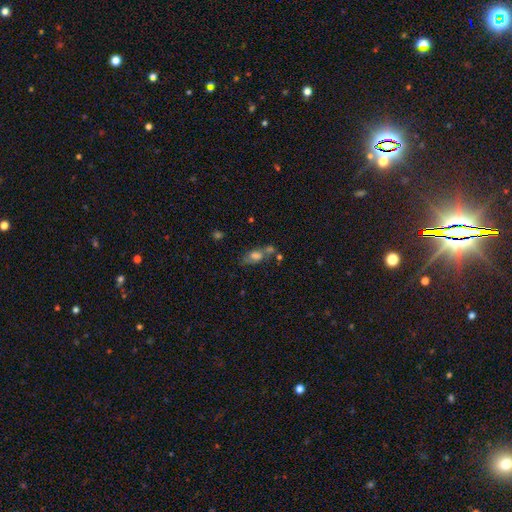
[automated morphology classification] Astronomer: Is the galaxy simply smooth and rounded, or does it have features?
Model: smooth — 62%.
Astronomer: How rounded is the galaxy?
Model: in between — 77%.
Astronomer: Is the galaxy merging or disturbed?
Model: none — 37% (runner-up: merger, 36%).